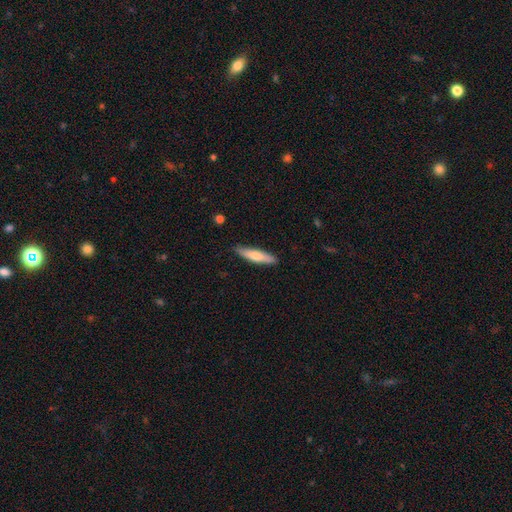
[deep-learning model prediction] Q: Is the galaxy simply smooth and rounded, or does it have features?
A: smooth — 63%.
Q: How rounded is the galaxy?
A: cigar-shaped — 83%.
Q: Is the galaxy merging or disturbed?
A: none — 88%.